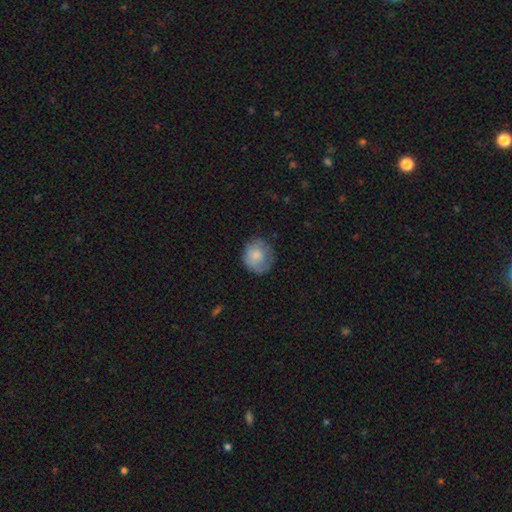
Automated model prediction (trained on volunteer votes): smooth 73%, featured or disk 20%, star or artifact 7%. Down the decision tree: how rounded — round (81%); merging — none (68%).